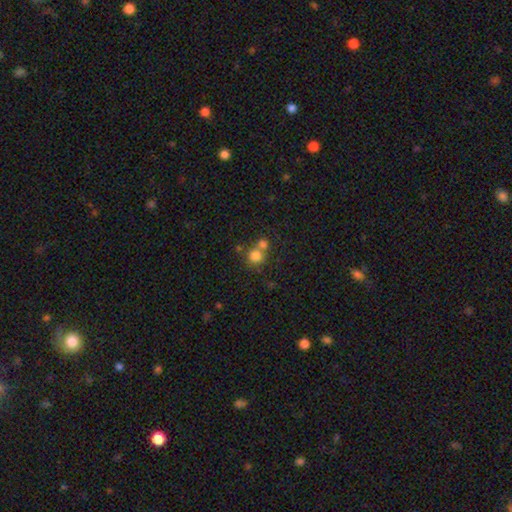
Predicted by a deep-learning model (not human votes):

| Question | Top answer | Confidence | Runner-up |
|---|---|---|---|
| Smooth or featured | smooth | 78% | star or artifact (12%) |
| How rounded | round | 89% | in between (11%) |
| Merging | none | 47% | merger (43%) |